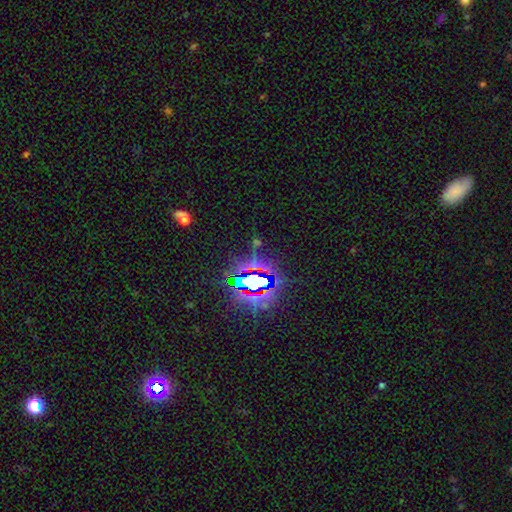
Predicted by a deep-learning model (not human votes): smooth_or_featured: star or artifact (p=0.82) [alt: smooth p=0.10]